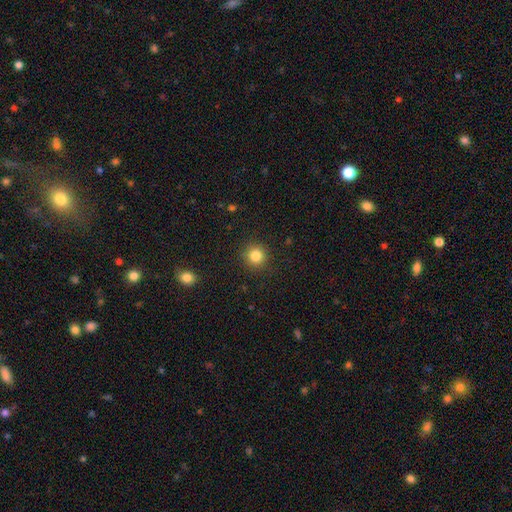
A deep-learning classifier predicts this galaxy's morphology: Smooth or featured: smooth — 84% (star or artifact — 11%)
How rounded: round — 93% (in between — 6%)
Merging: none — 91% (minor disturbance — 6%)